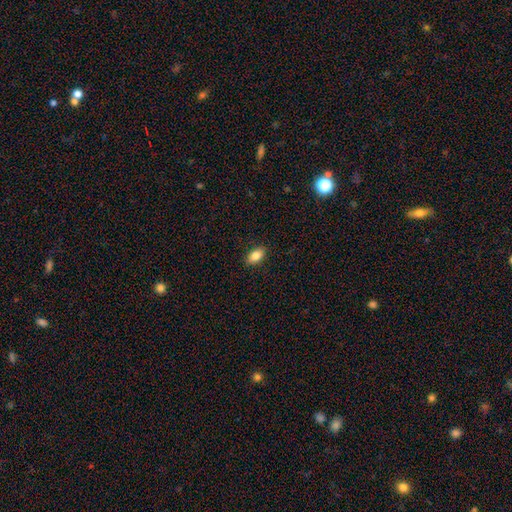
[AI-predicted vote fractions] The model was most divided on "smooth or featured": smooth: 85%, star or artifact: 8%, featured or disk: 7%. More confident: how rounded — in between (90%); merging — none (89%).